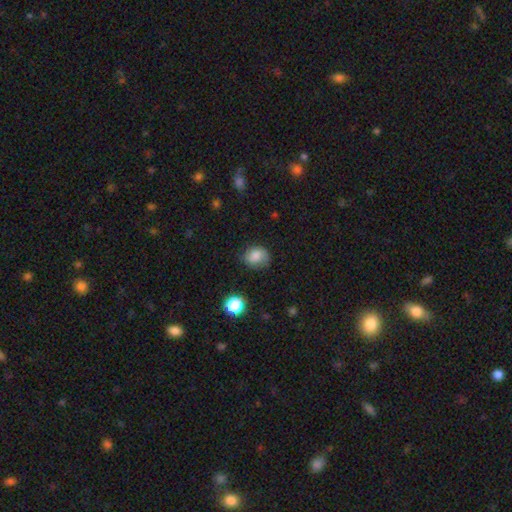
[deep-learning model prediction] Smooth or featured? smooth (78%)
How rounded? round (64%)
Merging? none (68%)